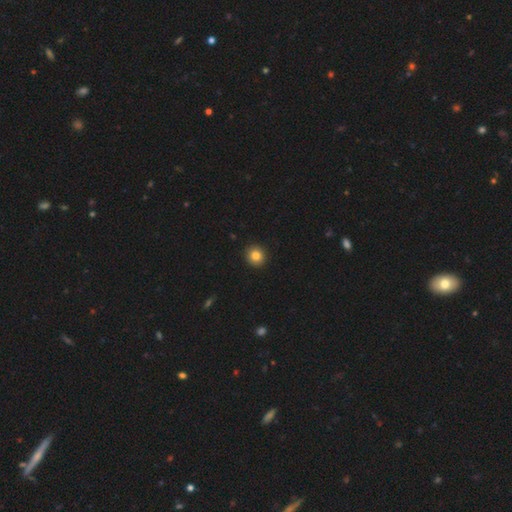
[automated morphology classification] A smooth galaxy with no disk features (84%) that is round (88%).

Vote fractions:
- Smooth or featured? smooth: 84% / star or artifact: 10% / featured or disk: 6%
- How rounded? round: 88% / in between: 11% / cigar-shaped: 1%
- Merging? none: 92% / minor disturbance: 5% / major disturbance: 1% / merger: 1%